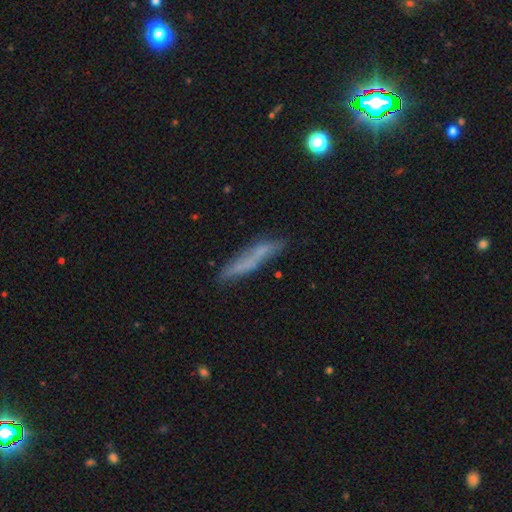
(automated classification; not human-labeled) smooth_or_featured: smooth (p=0.52) [alt: featured or disk p=0.36]
how_rounded: cigar-shaped (p=0.89) [alt: in between p=0.09]
merging: none (p=0.72) [alt: minor disturbance p=0.19]